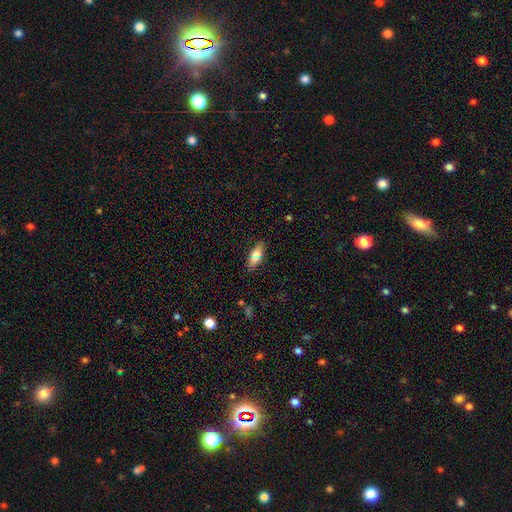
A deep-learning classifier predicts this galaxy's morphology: The model was most divided on "how rounded": in between: 70%, cigar-shaped: 27%, round: 3%. More confident: merging — none (84%); smooth or featured — smooth (73%).